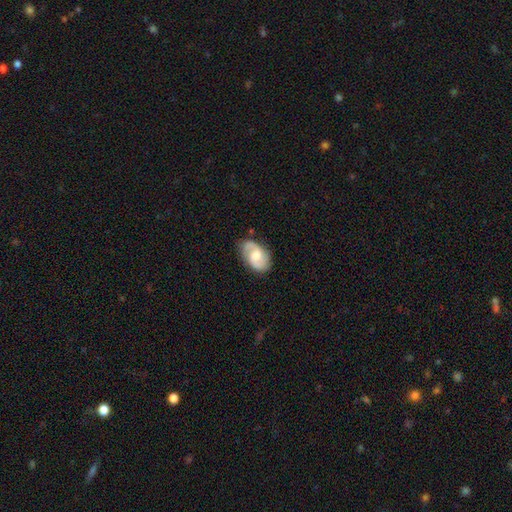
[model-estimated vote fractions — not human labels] A featured or disk galaxy (76%) with no bar (47%), 2 (90%) medium (49%) spiral arms (95%) and a moderate central bulge (57%).

Vote fractions:
- Smooth or featured? featured or disk: 76% / smooth: 19% / star or artifact: 5%
- Edge-on disk? no: 97% / yes: 3%
- Bar? no: 47% / weak: 45% / strong: 8%
- Spiral arms? yes: 95% / no: 5%
- Spiral winding? medium: 49% / loose: 28% / tight: 23%
- Spiral arm count? 2: 90% / can't tell: 5% / 1: 2% / 3: 1% / 4: 1% / more than 4: 1%
- Bulge size? moderate: 57% / small: 23% / large: 13% / none: 6% / dominant: 2%
- Merging? none: 79% / minor disturbance: 16% / major disturbance: 4% / merger: 1%